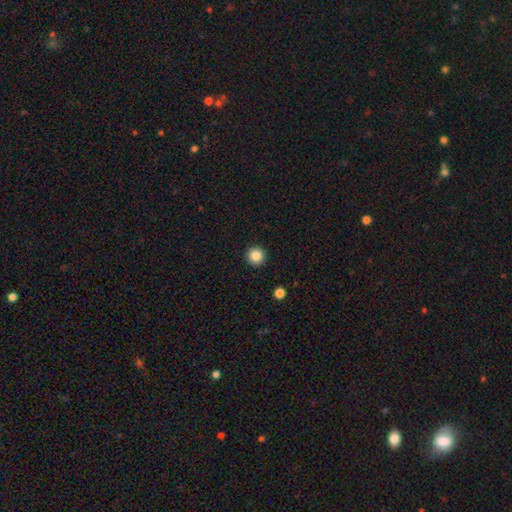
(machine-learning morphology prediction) A smooth galaxy with no disk features (86%) that is round (96%). Merging: none (93%).